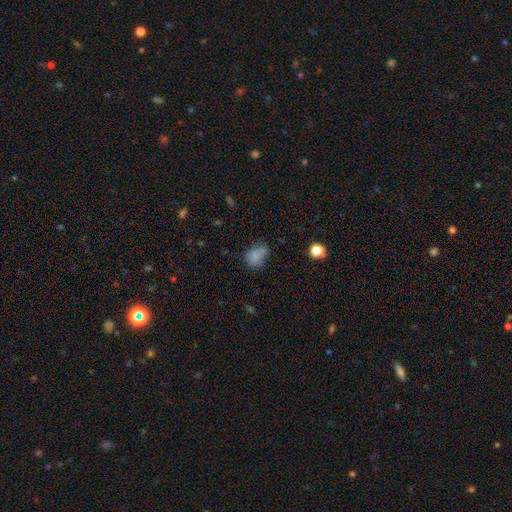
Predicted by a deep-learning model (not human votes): smooth_or_featured: smooth (p=0.78) [alt: star or artifact p=0.13]
how_rounded: in between (p=0.63) [alt: round p=0.35]
merging: none (p=0.49) [alt: minor disturbance p=0.31]